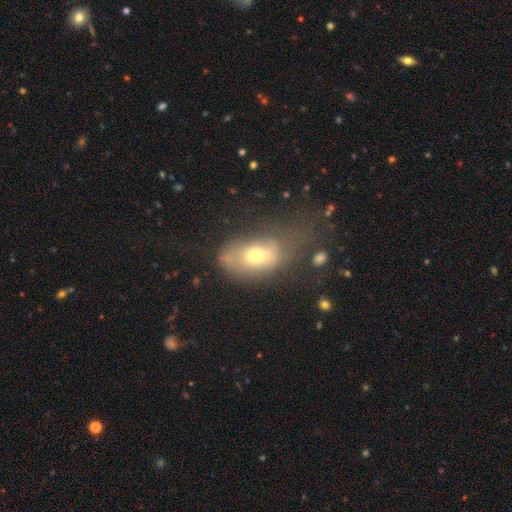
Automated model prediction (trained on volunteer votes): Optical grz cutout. It shows a smooth galaxy with no disk features (61%) that is in between round and cigar-shaped (82%). Merging: major disturbance (35%).